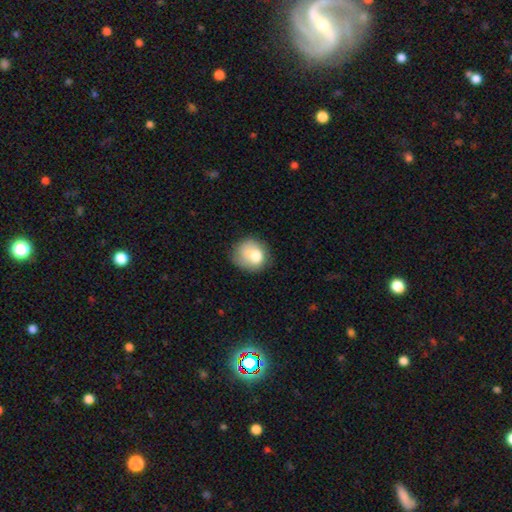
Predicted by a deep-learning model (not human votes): smooth-or-featured: smooth: 72% | featured or disk: 19% | star or artifact: 8%
  how-rounded: round: 69% | in between: 30% | cigar-shaped: 1%
  merging: none: 44% | minor disturbance: 27% | merger: 17% | major disturbance: 12%